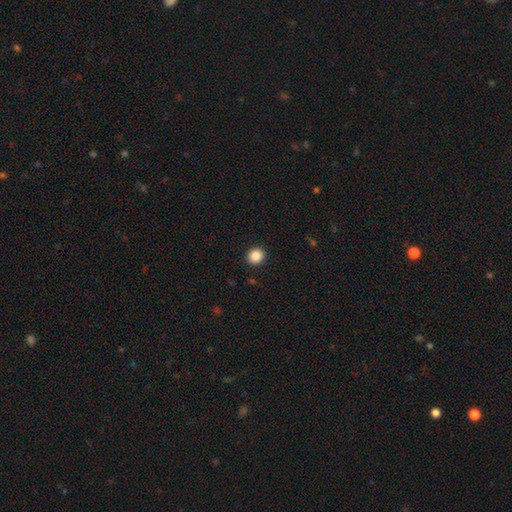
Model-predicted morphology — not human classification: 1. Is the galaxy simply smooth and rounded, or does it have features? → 87% smooth, 10% star or artifact, 4% featured or disk.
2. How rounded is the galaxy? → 88% round, 12% in between, 1% cigar-shaped.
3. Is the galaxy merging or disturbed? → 92% none, 5% minor disturbance, 2% major disturbance, 1% merger.